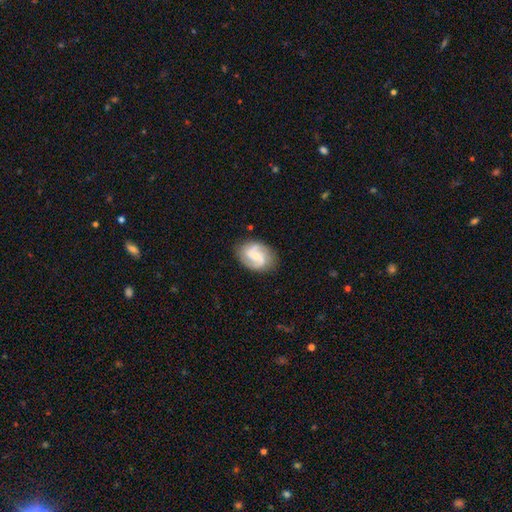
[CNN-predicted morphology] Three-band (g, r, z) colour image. It shows a featured or disk galaxy (77%) with no bar (46%), 2 (86%) medium (49%) spiral arms (96%) and a small central bulge (61%). Merging: none (81%).